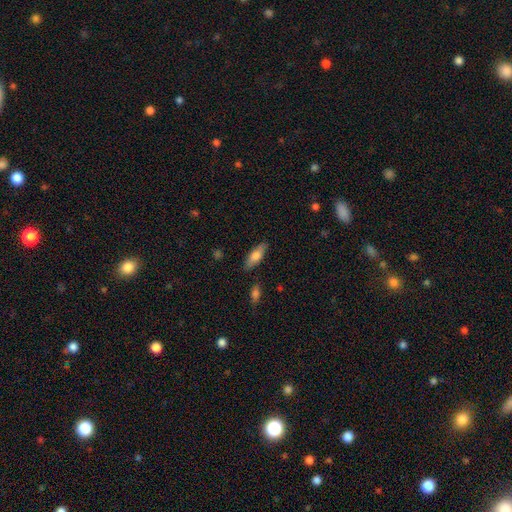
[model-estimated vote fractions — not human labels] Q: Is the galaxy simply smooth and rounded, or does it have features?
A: smooth — 67%.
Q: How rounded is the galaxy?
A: in between — 61%.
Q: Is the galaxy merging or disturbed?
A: none — 84%.